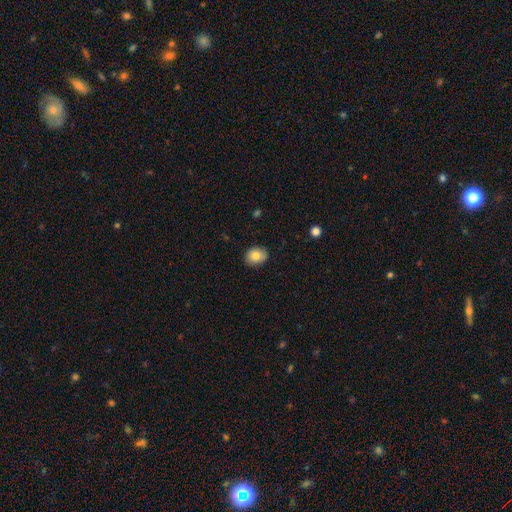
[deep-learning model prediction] Smooth or featured?
  - smooth: 82% *
  - featured or disk: 10%
  - star or artifact: 8%
How rounded?
  - round: 52% *
  - in between: 47%
  - cigar-shaped: 1%
Merging?
  - none: 84% *
  - minor disturbance: 13%
  - major disturbance: 2%
  - merger: 1%